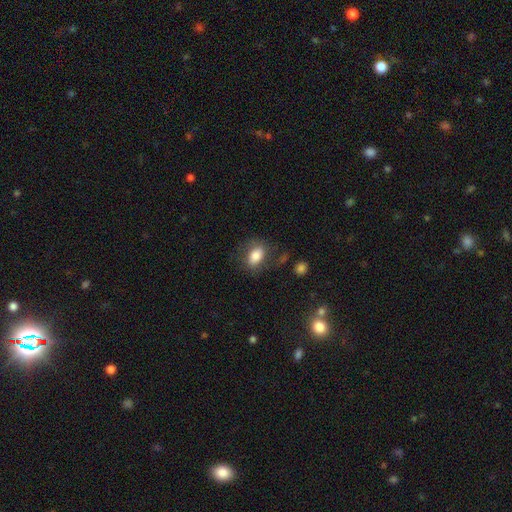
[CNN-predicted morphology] Q: Smooth or featured?
A: smooth (79%); runner-up: featured or disk (14%)
Q: How rounded?
A: in between (83%); runner-up: round (15%)
Q: Merging?
A: none (67%); runner-up: minor disturbance (19%)